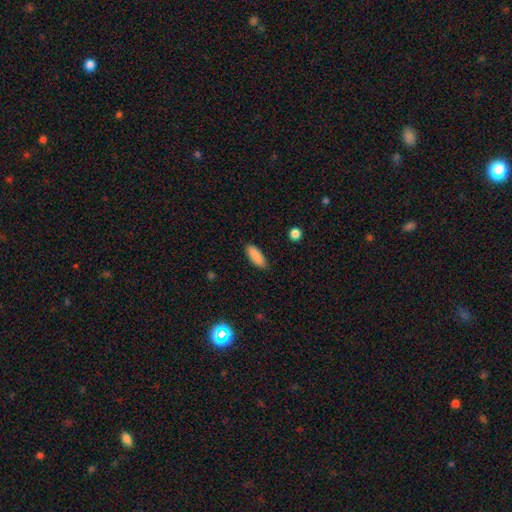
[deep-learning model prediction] Smooth or featured? smooth (88%)
How rounded? in between (71%)
Merging? none (86%)